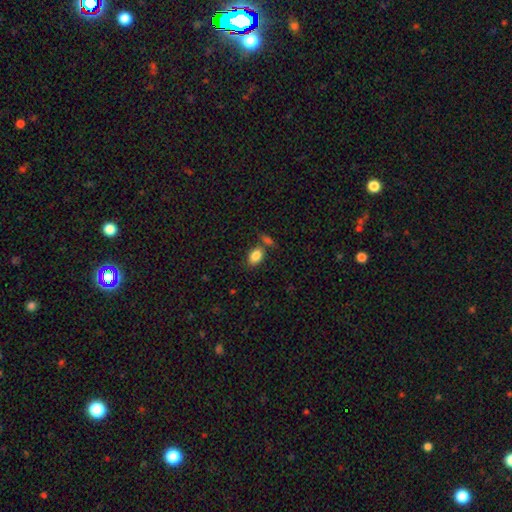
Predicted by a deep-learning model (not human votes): Smooth or featured? Predicted: smooth (p=0.86). How rounded? Predicted: in between (p=0.83). Merging? Predicted: none (p=0.65).